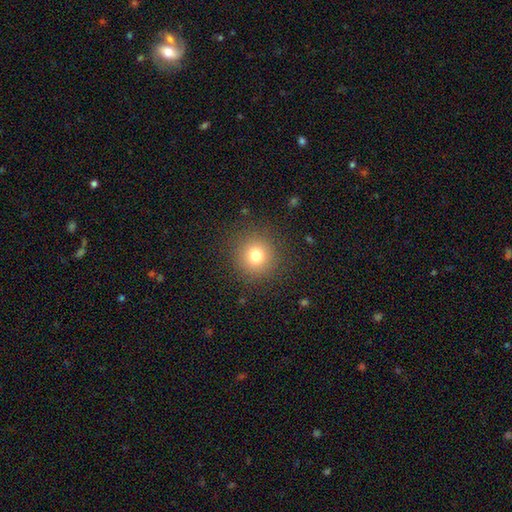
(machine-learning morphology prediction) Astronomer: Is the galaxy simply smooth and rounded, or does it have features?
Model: smooth — 78%.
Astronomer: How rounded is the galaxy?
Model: round — 94%.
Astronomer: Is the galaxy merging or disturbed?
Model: none — 88%.